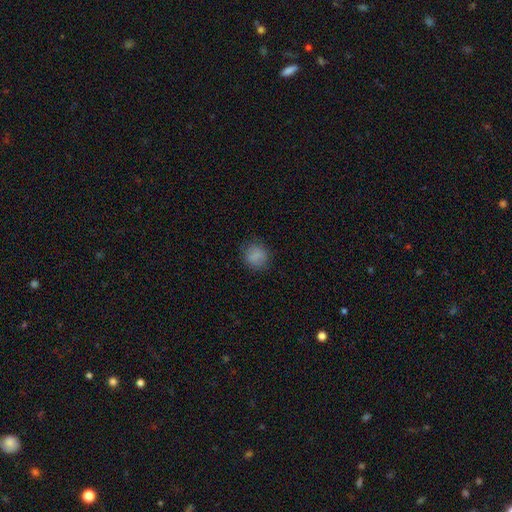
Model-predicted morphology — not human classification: Smooth or featured? Predicted: smooth (p=0.85). How rounded? Predicted: round (p=0.82). Merging? Predicted: none (p=0.83).